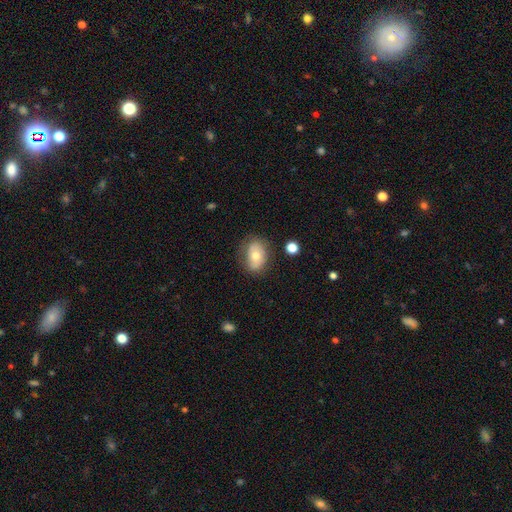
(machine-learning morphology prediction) Smooth or featured: smooth — 62% (featured or disk — 30%)
How rounded: in between — 80% (round — 18%)
Merging: none — 73% (minor disturbance — 19%)